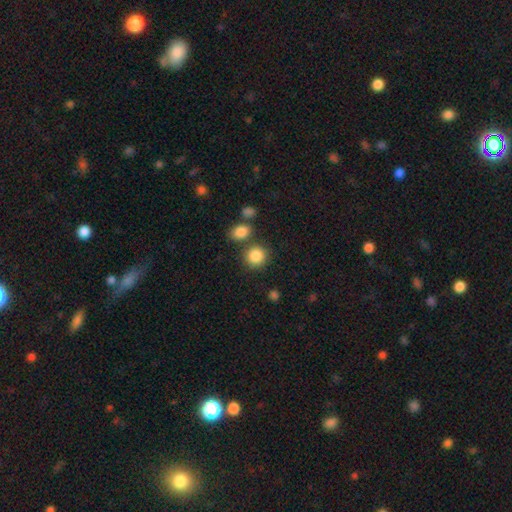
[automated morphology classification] smooth_or_featured: smooth (p=0.86) [alt: star or artifact p=0.09]
how_rounded: round (p=0.85) [alt: in between p=0.14]
merging: none (p=0.74) [alt: merger p=0.13]